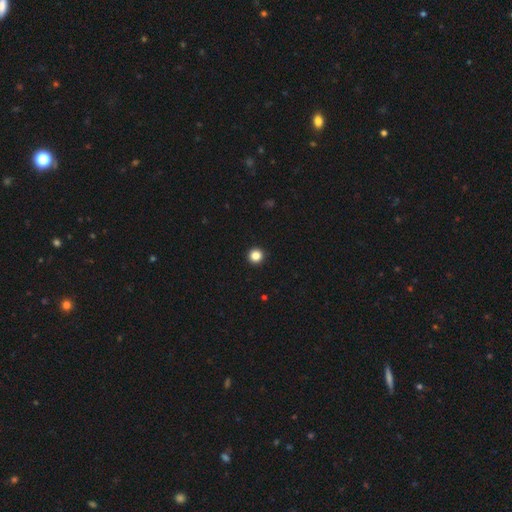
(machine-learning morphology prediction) smooth_or_featured: smooth (p=0.85) [alt: star or artifact p=0.12]
how_rounded: round (p=0.96) [alt: in between p=0.03]
merging: none (p=0.94) [alt: minor disturbance p=0.03]